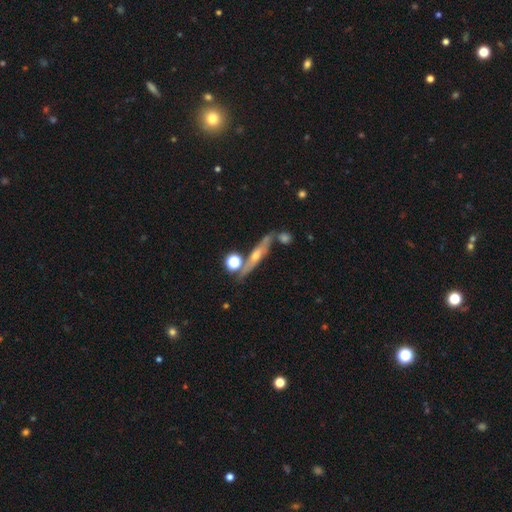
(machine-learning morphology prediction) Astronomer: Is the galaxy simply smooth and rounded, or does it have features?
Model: featured or disk — 72%.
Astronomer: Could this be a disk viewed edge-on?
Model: yes — 88%.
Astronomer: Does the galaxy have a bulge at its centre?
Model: rounded — 87%.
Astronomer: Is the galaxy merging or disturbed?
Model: none — 72%.